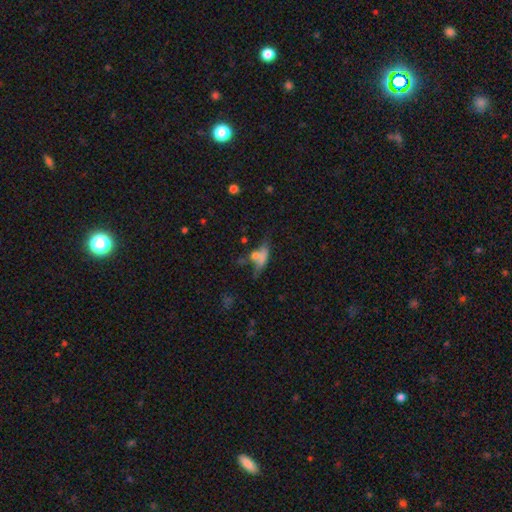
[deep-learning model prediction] Smooth or featured? smooth (58%)
How rounded? in between (58%)
Merging? none (36%)